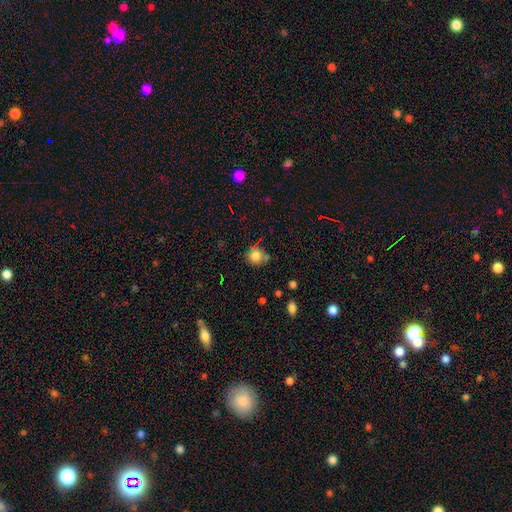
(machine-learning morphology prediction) type=smooth (80%); roundness=round (84%); merging=none (66%).